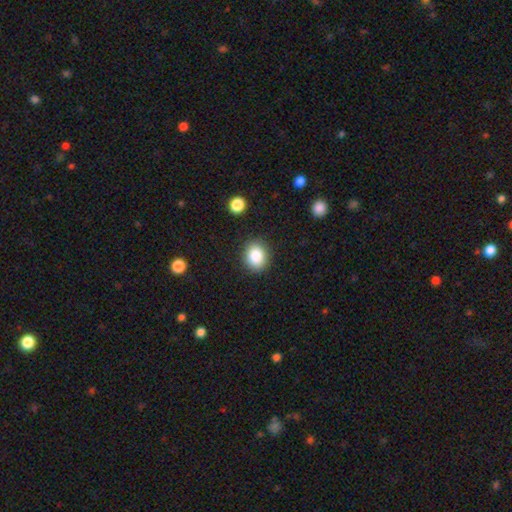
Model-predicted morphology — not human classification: Smooth or featured? Predicted: smooth (p=0.84). How rounded? Predicted: round (p=0.59). Merging? Predicted: none (p=0.88).